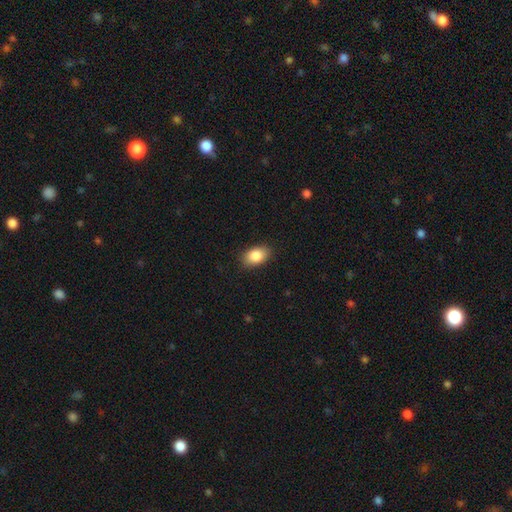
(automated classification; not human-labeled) smooth 86%, star or artifact 7%, featured or disk 7%. Down the decision tree: how rounded — in between (89%); merging — none (87%).